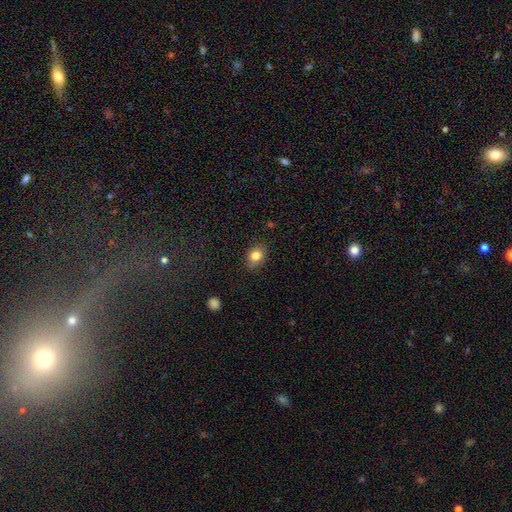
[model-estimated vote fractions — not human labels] smooth_or_featured: smooth (p=0.82) [alt: star or artifact p=0.09]
how_rounded: in between (p=0.66) [alt: round p=0.33]
merging: none (p=0.83) [alt: minor disturbance p=0.13]